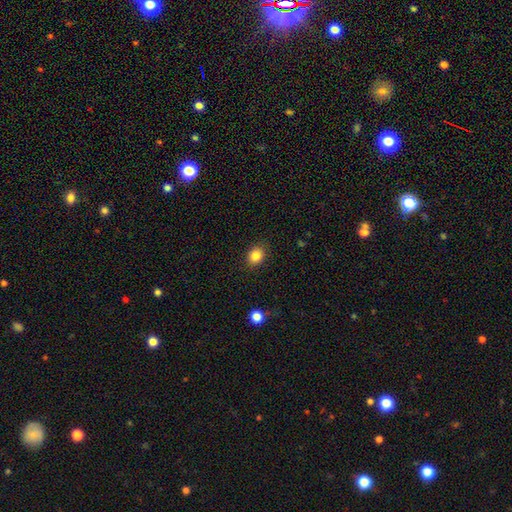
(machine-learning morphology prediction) smooth_or_featured: smooth (p=0.85) [alt: star or artifact p=0.10]
how_rounded: round (p=0.55) [alt: in between p=0.44]
merging: none (p=0.87) [alt: minor disturbance p=0.09]